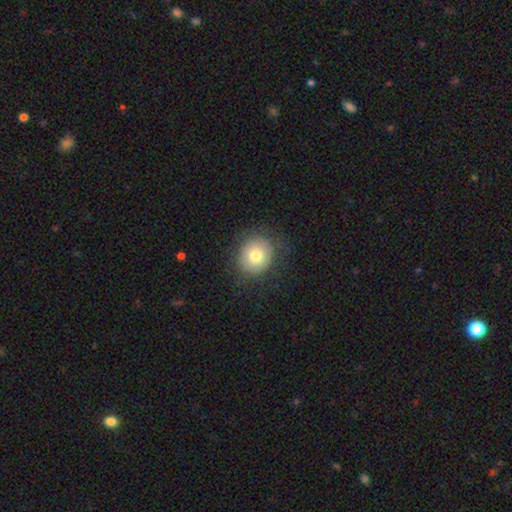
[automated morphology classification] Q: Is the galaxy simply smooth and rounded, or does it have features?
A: smooth — 74%.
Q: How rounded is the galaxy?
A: round — 82%.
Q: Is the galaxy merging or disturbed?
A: none — 79%.